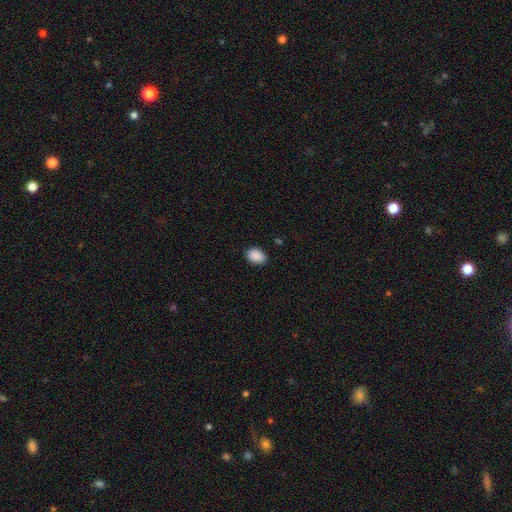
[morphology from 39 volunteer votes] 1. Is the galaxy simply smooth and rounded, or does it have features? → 95% smooth, 3% featured or disk, 3% star or artifact.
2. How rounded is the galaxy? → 76% in between, 24% round, 0% cigar-shaped.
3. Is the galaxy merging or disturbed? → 76% none, 13% minor disturbance, 8% merger, 3% major disturbance.